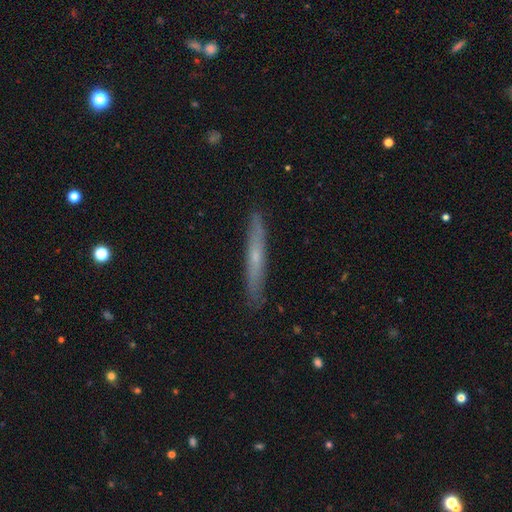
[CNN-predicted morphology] A featured or disk galaxy (53%) viewed edge-on (93%). Merging: none (89%).